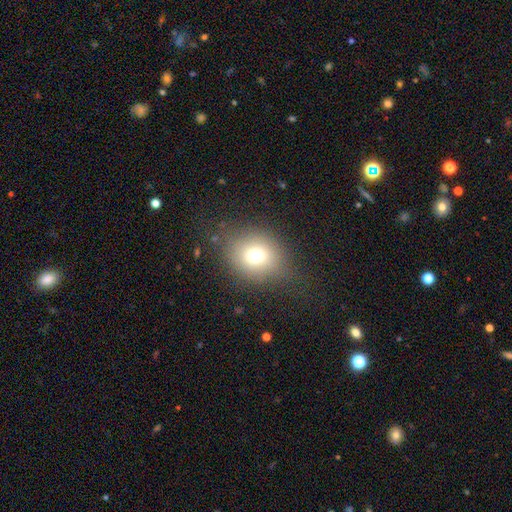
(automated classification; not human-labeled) A smooth galaxy with no disk features (69%) that is round (59%). Merging: none (75%).